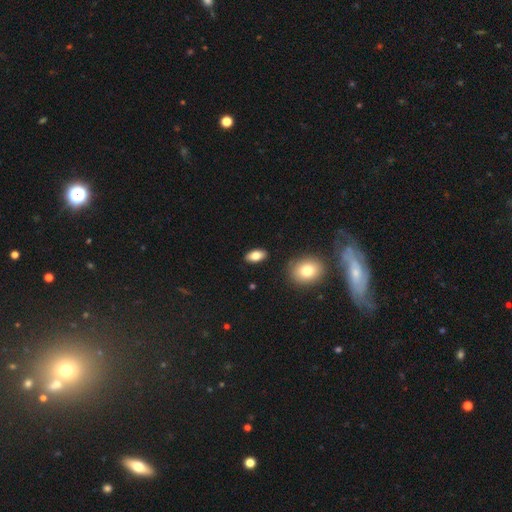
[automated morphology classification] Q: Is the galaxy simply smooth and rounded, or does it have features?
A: smooth — 81%.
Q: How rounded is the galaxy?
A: in between — 91%.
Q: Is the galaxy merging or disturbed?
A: none — 88%.